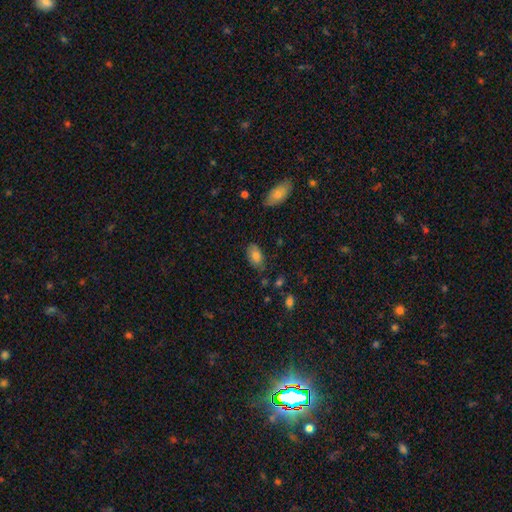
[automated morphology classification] smooth-or-featured: smooth: 80% | featured or disk: 12% | star or artifact: 8%
  how-rounded: in between: 93% | round: 4% | cigar-shaped: 3%
  merging: none: 74% | minor disturbance: 20% | major disturbance: 4% | merger: 2%